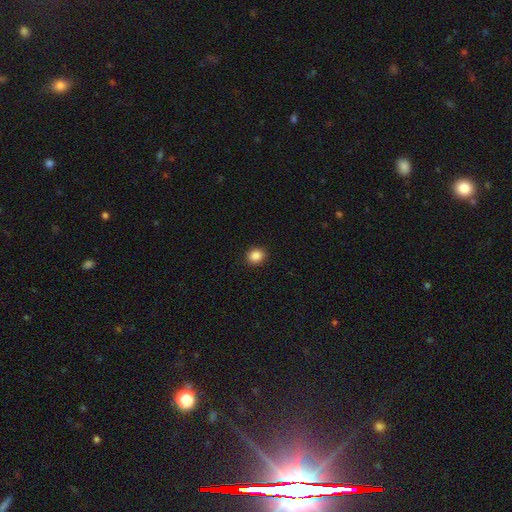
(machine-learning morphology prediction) type=smooth (87%); roundness=round (77%); merging=none (92%).